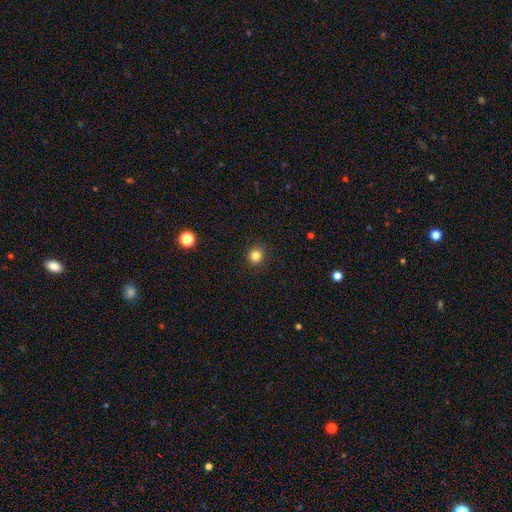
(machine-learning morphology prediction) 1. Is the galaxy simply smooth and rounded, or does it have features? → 83% smooth, 13% star or artifact, 5% featured or disk.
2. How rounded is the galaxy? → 90% round, 9% in between, 1% cigar-shaped.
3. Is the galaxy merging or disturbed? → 92% none, 5% minor disturbance, 2% major disturbance, 1% merger.